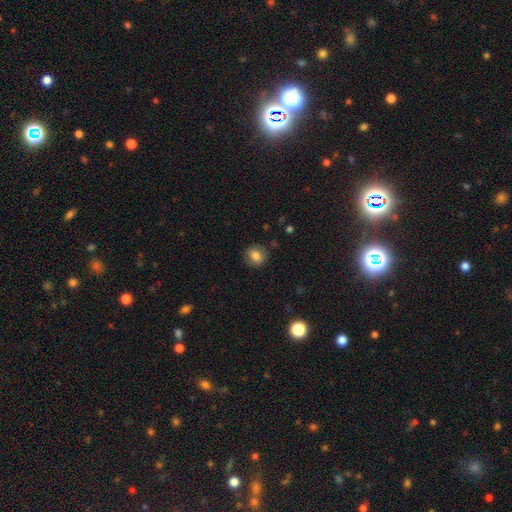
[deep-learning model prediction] Morphology: type=smooth (81%); roundness=round (65%); merging=none (84%).